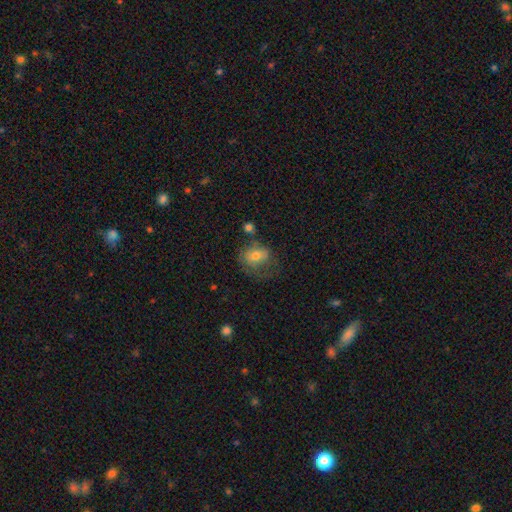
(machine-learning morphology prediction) Q: Smooth or featured?
A: smooth (65%); runner-up: featured or disk (26%)
Q: How rounded?
A: round (56%); runner-up: in between (43%)
Q: Merging?
A: none (39%); runner-up: minor disturbance (27%)